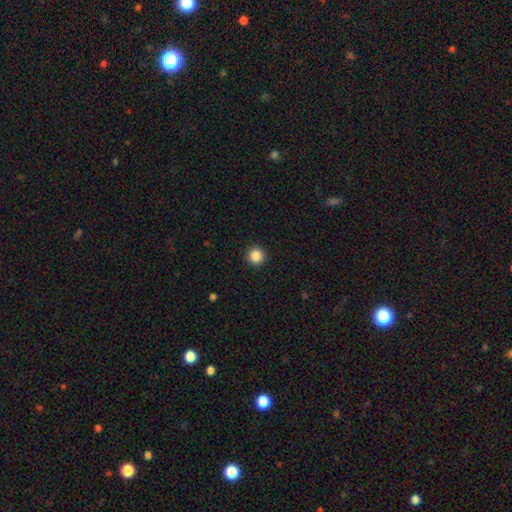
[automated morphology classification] smooth_or_featured: smooth (p=0.87) [alt: star or artifact p=0.10]
how_rounded: round (p=0.96) [alt: in between p=0.03]
merging: none (p=0.93) [alt: minor disturbance p=0.04]